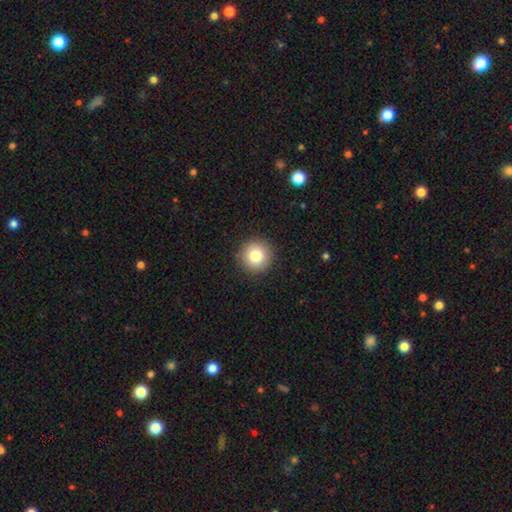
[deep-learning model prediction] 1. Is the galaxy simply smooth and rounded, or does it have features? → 82% smooth, 10% star or artifact, 8% featured or disk.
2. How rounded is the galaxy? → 95% round, 4% in between, 1% cigar-shaped.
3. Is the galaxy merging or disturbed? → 92% none, 5% minor disturbance, 2% major disturbance, 1% merger.